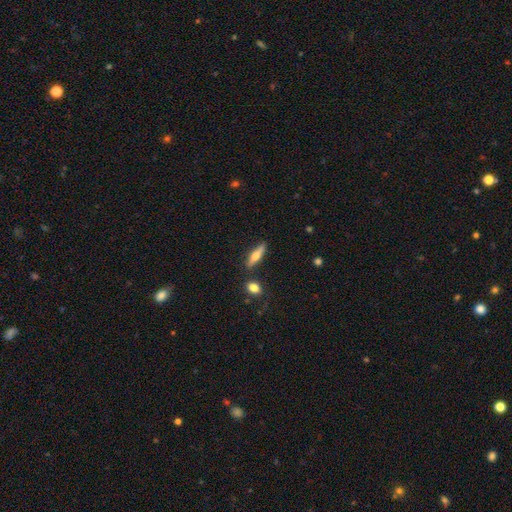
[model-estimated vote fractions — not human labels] Q: Smooth or featured?
A: smooth (60%); runner-up: featured or disk (34%)
Q: How rounded?
A: cigar-shaped (70%); runner-up: in between (27%)
Q: Merging?
A: none (81%); runner-up: minor disturbance (11%)